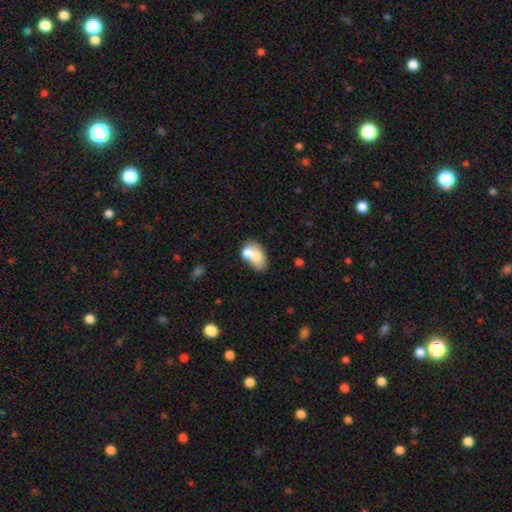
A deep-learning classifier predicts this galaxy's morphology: A smooth galaxy with no disk features (69%) that is in between round and cigar-shaped (84%). Merging: merger (52%).